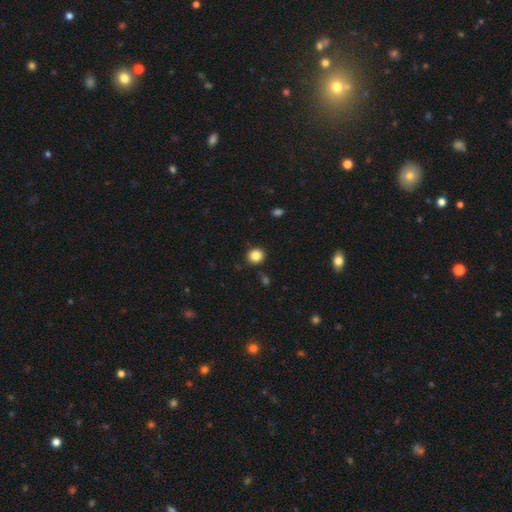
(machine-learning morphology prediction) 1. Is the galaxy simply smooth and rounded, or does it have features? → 84% smooth, 11% star or artifact, 5% featured or disk.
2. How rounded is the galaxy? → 88% round, 11% in between, 1% cigar-shaped.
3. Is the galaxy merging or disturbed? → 87% none, 8% minor disturbance, 3% merger, 2% major disturbance.